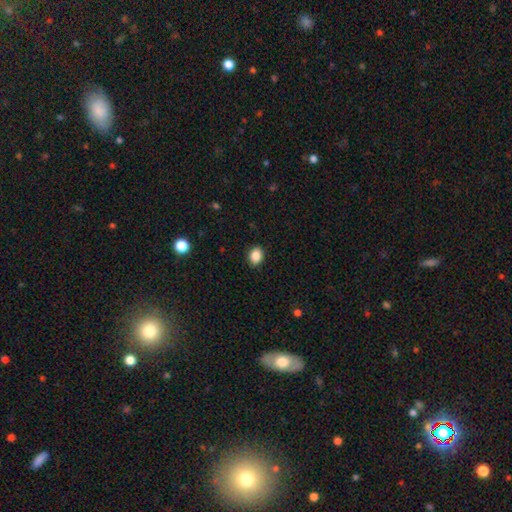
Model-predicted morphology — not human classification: type=smooth (87%); roundness=in between (62%); merging=none (89%).